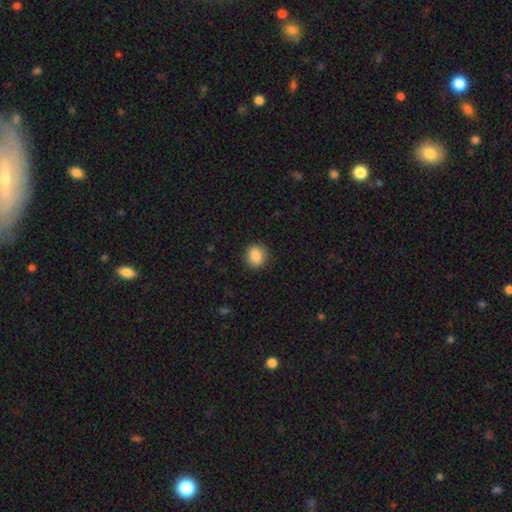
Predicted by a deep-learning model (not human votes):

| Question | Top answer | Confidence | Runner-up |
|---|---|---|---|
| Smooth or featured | smooth | 87% | star or artifact (9%) |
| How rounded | round | 74% | in between (25%) |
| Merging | none | 88% | minor disturbance (8%) |